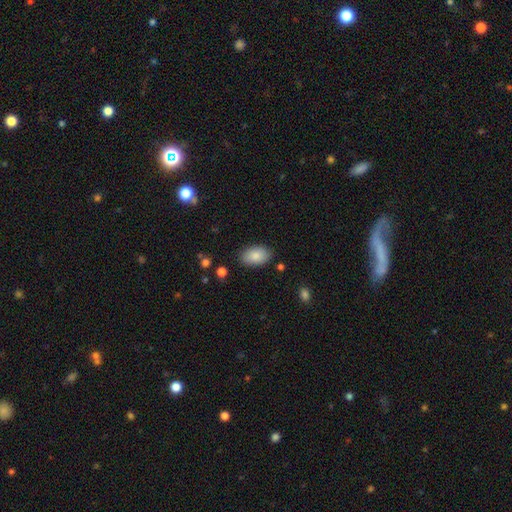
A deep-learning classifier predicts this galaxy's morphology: smooth 86%, featured or disk 7%, star or artifact 7%. Down the decision tree: how rounded — in between (93%); merging — none (85%).